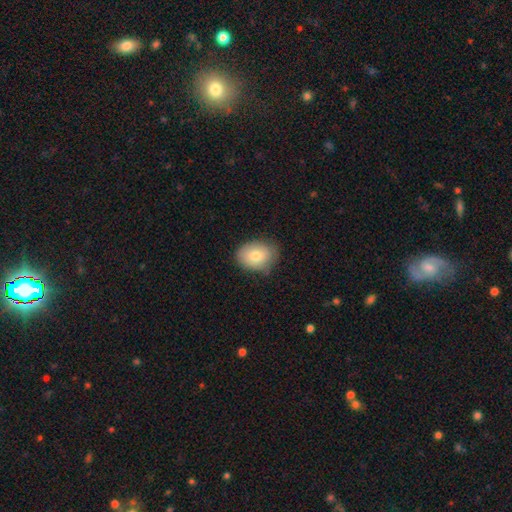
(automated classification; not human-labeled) Q: Smooth or featured?
A: smooth (77%); runner-up: featured or disk (15%)
Q: How rounded?
A: in between (61%); runner-up: round (38%)
Q: Merging?
A: none (71%); runner-up: minor disturbance (23%)